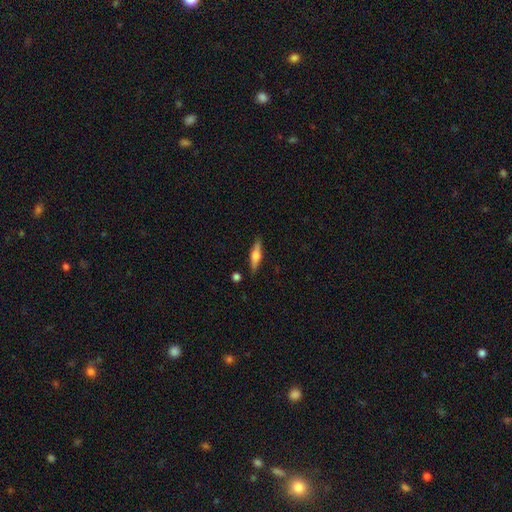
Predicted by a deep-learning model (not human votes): Morphology: type=featured or disk (50%); edge-on=yes (95%); merging=none (86%).